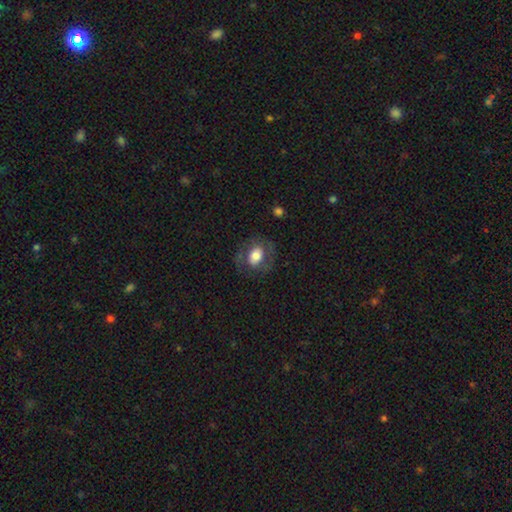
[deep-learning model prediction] A smooth galaxy with no disk features (61%) that is in between round and cigar-shaped (64%).

Vote fractions:
- Smooth or featured? smooth: 61% / featured or disk: 31% / star or artifact: 7%
- How rounded? in between: 64% / round: 34% / cigar-shaped: 1%
- Merging? none: 70% / minor disturbance: 16% / major disturbance: 12% / merger: 1%